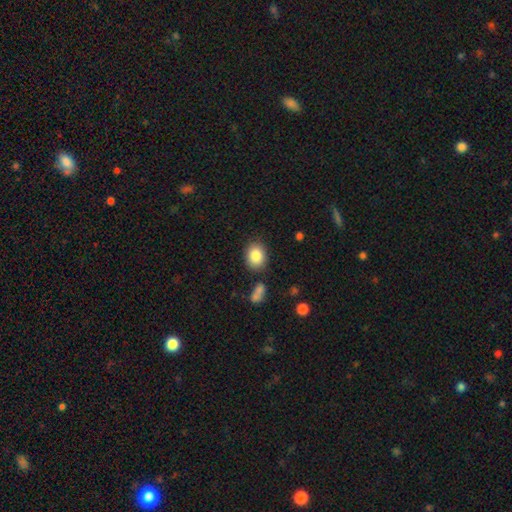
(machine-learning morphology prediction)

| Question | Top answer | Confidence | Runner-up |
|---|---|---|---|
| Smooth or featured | smooth | 86% | star or artifact (8%) |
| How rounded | in between | 56% | round (42%) |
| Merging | none | 80% | minor disturbance (12%) |